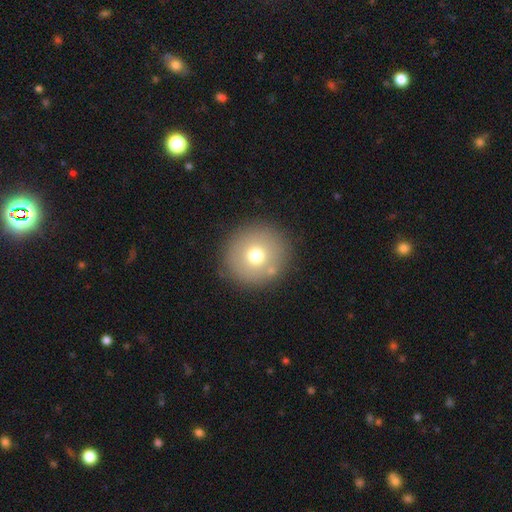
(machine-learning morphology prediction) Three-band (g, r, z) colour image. It shows a smooth galaxy with no disk features (71%) that is round (94%). Merging: none (87%).